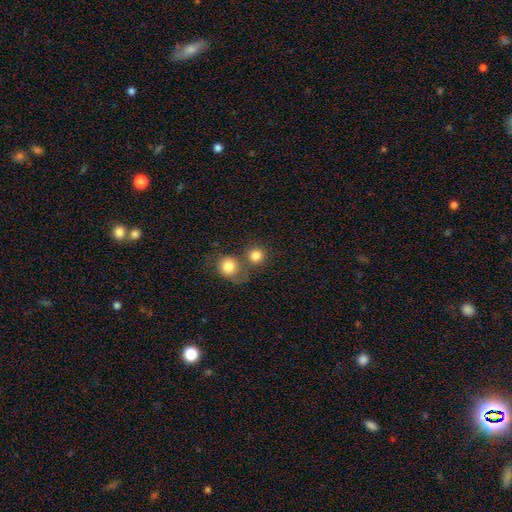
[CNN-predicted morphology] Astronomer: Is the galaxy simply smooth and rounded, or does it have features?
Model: smooth — 83%.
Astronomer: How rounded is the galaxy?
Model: round — 88%.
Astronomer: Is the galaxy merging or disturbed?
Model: none — 53% (runner-up: merger, 36%).